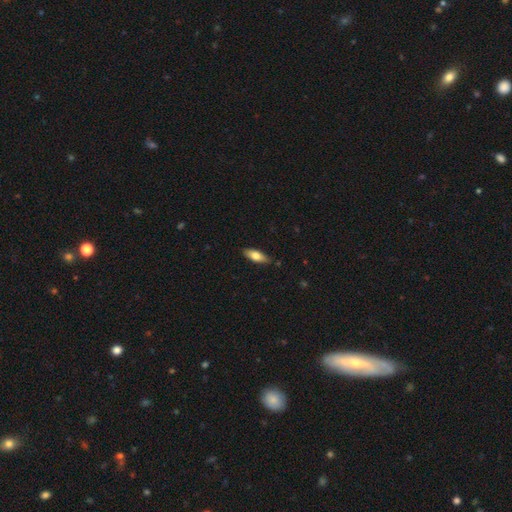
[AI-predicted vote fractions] smooth_or_featured: smooth (p=0.70) [alt: featured or disk p=0.24]
how_rounded: in between (p=0.66) [alt: cigar-shaped p=0.32]
merging: none (p=0.84) [alt: minor disturbance p=0.13]